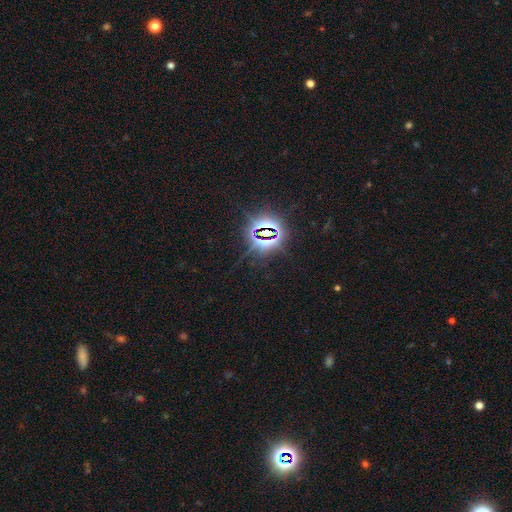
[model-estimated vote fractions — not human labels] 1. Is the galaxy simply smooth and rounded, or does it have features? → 79% star or artifact, 12% smooth, 8% featured or disk.